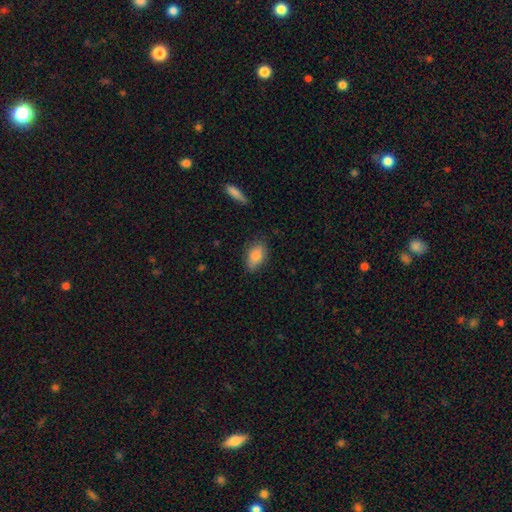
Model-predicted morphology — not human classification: Smooth or featured?
  - smooth: 82% *
  - featured or disk: 11%
  - star or artifact: 7%
How rounded?
  - in between: 88% *
  - round: 8%
  - cigar-shaped: 4%
Merging?
  - none: 79% *
  - minor disturbance: 16%
  - major disturbance: 3%
  - merger: 1%